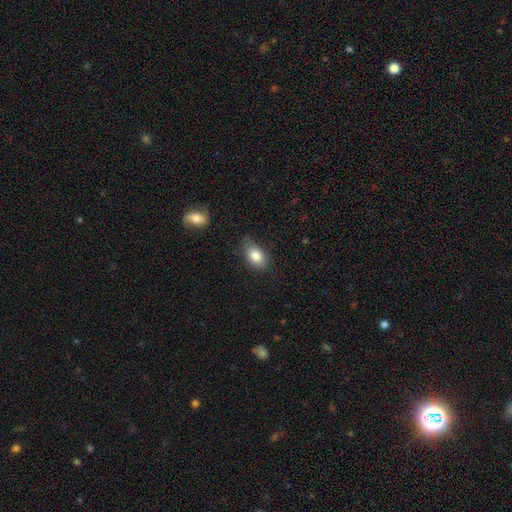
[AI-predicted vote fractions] smooth-or-featured: smooth: 82% | featured or disk: 10% | star or artifact: 8%
  how-rounded: in between: 88% | round: 10% | cigar-shaped: 2%
  merging: none: 72% | minor disturbance: 22% | major disturbance: 4% | merger: 2%